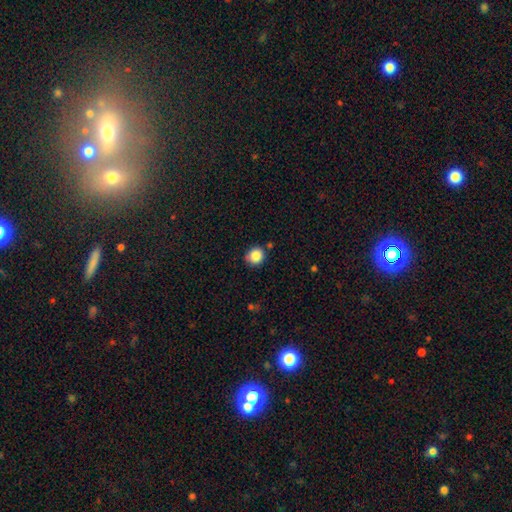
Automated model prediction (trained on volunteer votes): Smooth or featured? Predicted: smooth (p=0.86). How rounded? Predicted: round (p=0.84). Merging? Predicted: none (p=0.80).